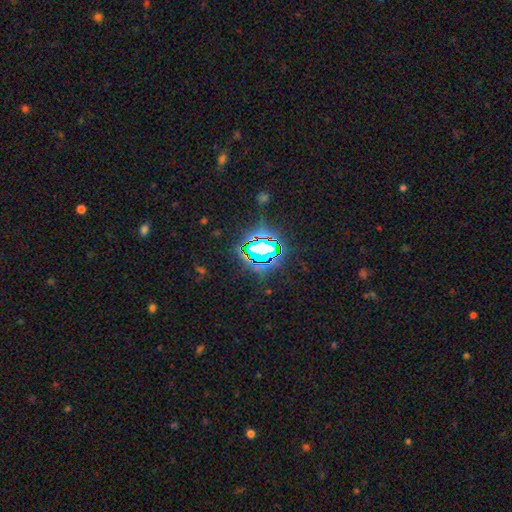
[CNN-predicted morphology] The model was most divided on "smooth or featured": star or artifact: 76%, smooth: 14%, featured or disk: 10%.